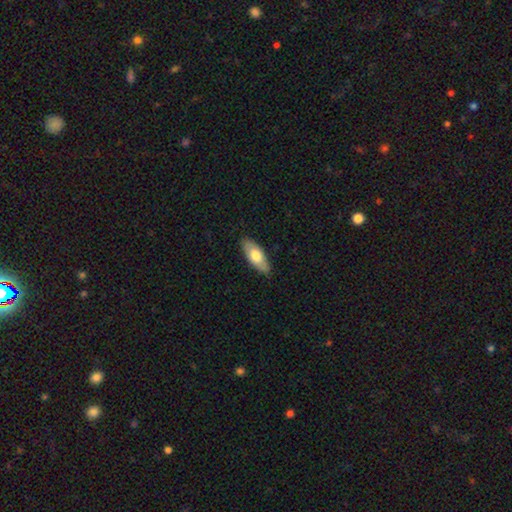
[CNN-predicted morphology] type=smooth (67%); roundness=in between (80%); merging=none (85%).